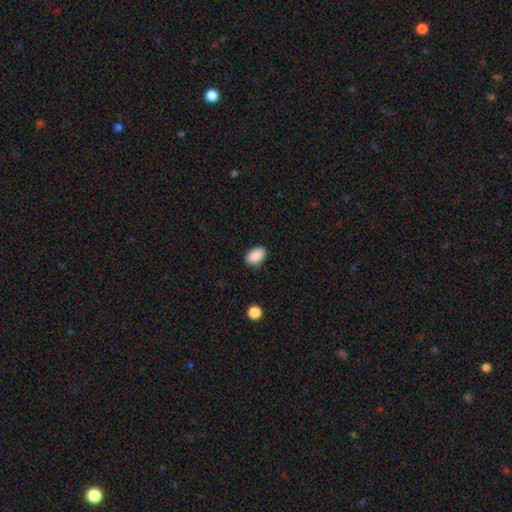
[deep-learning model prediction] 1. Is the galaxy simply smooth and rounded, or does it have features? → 89% smooth, 8% star or artifact, 3% featured or disk.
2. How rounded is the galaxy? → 87% in between, 12% round, 1% cigar-shaped.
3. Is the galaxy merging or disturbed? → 84% none, 12% minor disturbance, 3% major disturbance, 1% merger.